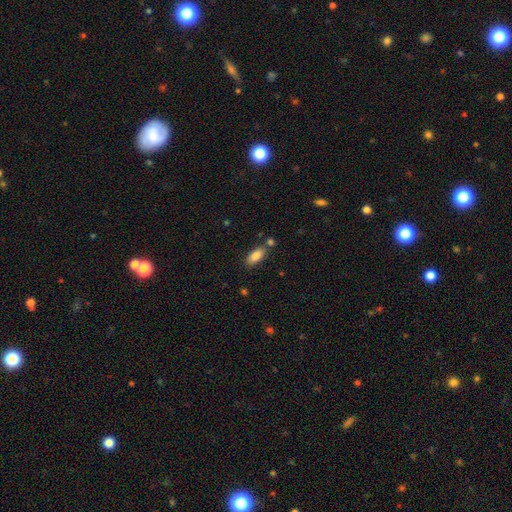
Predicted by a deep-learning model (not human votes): The model was most divided on "merging": none: 73%, minor disturbance: 13%, merger: 11%, major disturbance: 3%. More confident: how rounded — in between (88%); smooth or featured — smooth (85%).